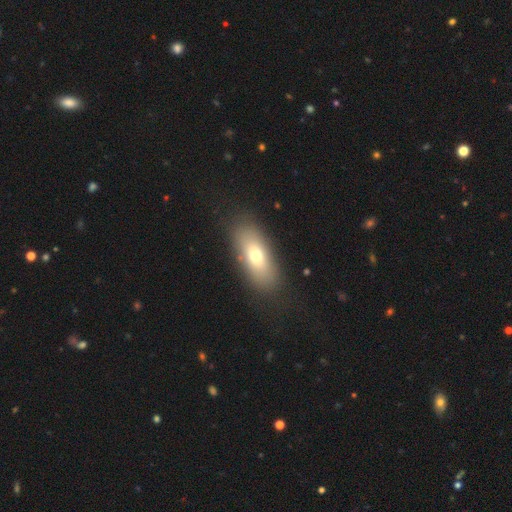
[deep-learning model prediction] This is likely a smooth galaxy (69%). How rounded: clearly in between (80%). Merging: clearly none (84%).